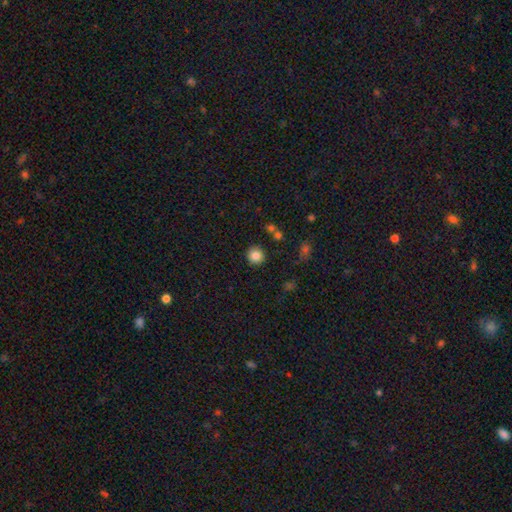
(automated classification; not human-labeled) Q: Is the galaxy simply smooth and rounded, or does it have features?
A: smooth — 85%.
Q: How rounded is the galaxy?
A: round — 93%.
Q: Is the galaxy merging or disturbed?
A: none — 88%.